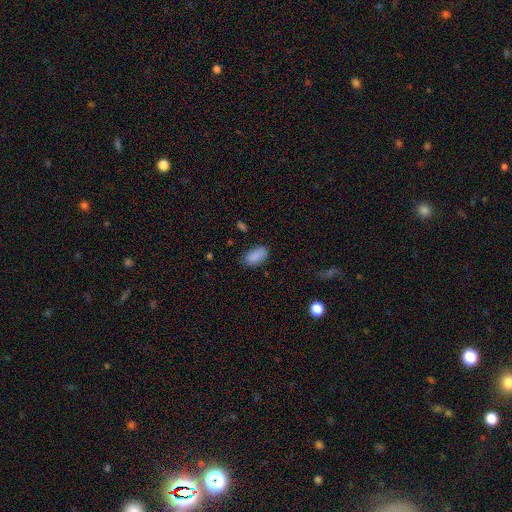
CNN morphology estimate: A smooth galaxy with no disk features (88%) that is in between round and cigar-shaped (93%).

Vote fractions:
- Smooth or featured? smooth: 88% / star or artifact: 7% / featured or disk: 4%
- How rounded? in between: 93% / round: 3% / cigar-shaped: 3%
- Merging? none: 82% / minor disturbance: 14% / major disturbance: 3% / merger: 1%